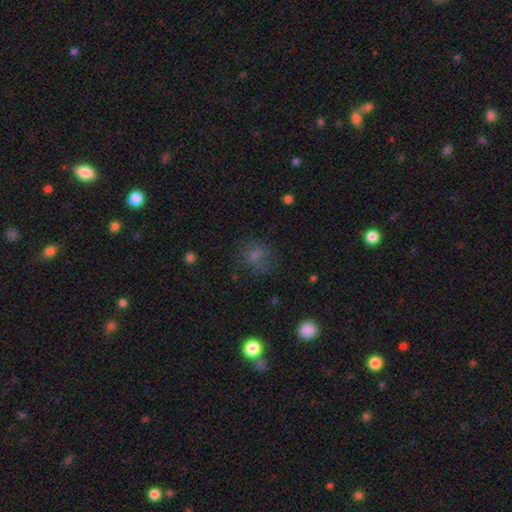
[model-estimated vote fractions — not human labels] Smooth or featured?
  - smooth: 65% *
  - star or artifact: 18%
  - featured or disk: 17%
How rounded?
  - round: 63% *
  - in between: 36%
  - cigar-shaped: 1%
Merging?
  - none: 59% *
  - minor disturbance: 21%
  - major disturbance: 17%
  - merger: 2%